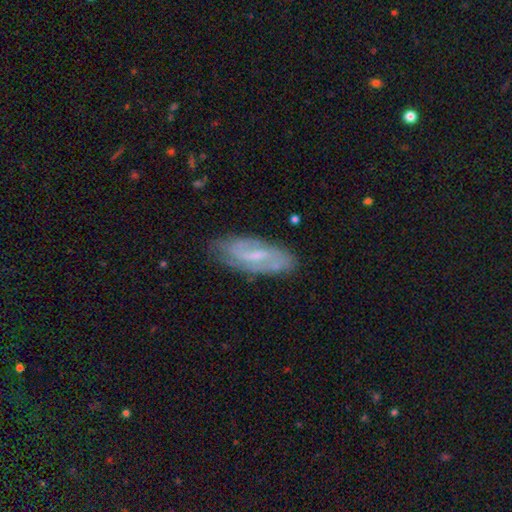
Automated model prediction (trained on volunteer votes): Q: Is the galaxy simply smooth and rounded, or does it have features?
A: featured or disk — 69%.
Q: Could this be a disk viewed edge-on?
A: no — 87%.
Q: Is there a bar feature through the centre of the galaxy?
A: weak — 51%.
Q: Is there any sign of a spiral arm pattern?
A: yes — 83%.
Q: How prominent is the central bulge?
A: small — 52%.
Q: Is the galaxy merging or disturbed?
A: none — 75%.